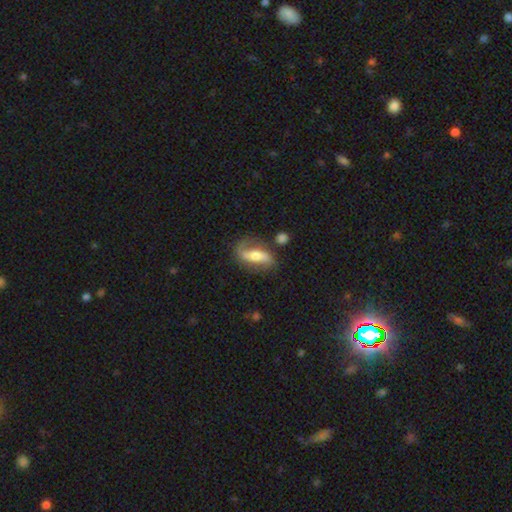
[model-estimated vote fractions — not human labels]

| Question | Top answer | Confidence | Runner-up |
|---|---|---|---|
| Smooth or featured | featured or disk | 66% | smooth (28%) |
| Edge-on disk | no | 84% | yes (16%) |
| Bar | strong | 45% | no (28%) |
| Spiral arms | yes | 84% | no (16%) |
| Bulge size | moderate | 59% | small (24%) |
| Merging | none | 62% | minor disturbance (20%) |